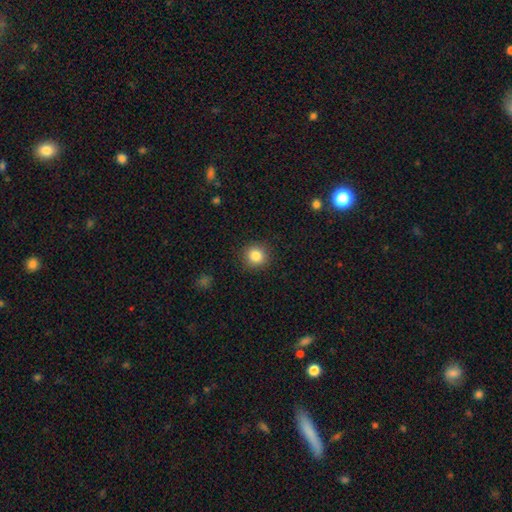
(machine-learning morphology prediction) Q: Smooth or featured?
A: smooth (85%); runner-up: star or artifact (10%)
Q: How rounded?
A: round (91%); runner-up: in between (8%)
Q: Merging?
A: none (90%); runner-up: minor disturbance (6%)